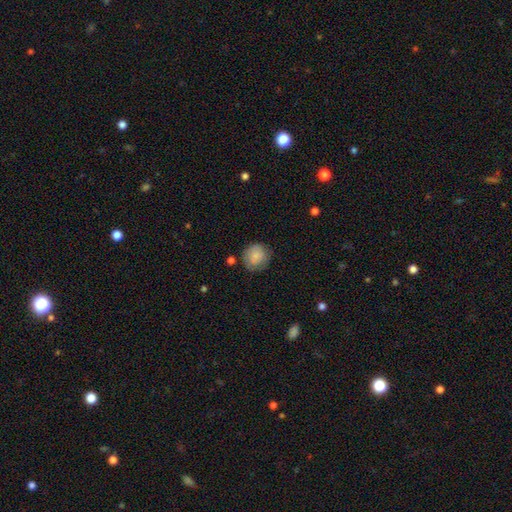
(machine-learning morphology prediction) smooth_or_featured: smooth (p=0.82) [alt: featured or disk p=0.10]
how_rounded: round (p=0.85) [alt: in between p=0.14]
merging: none (p=0.74) [alt: minor disturbance p=0.18]